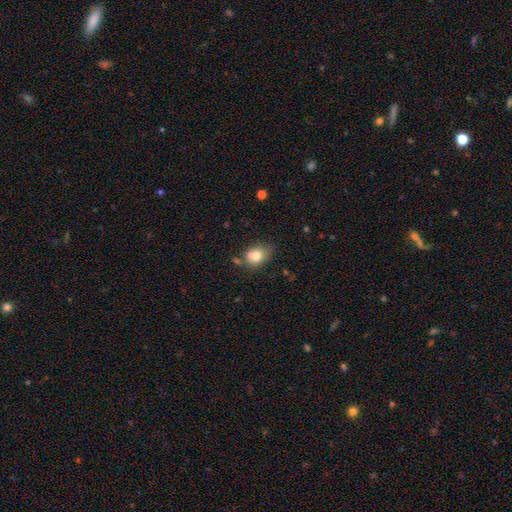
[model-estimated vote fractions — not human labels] A smooth galaxy with no disk features (77%) that is in between round and cigar-shaped (66%). Merging: none (57%).